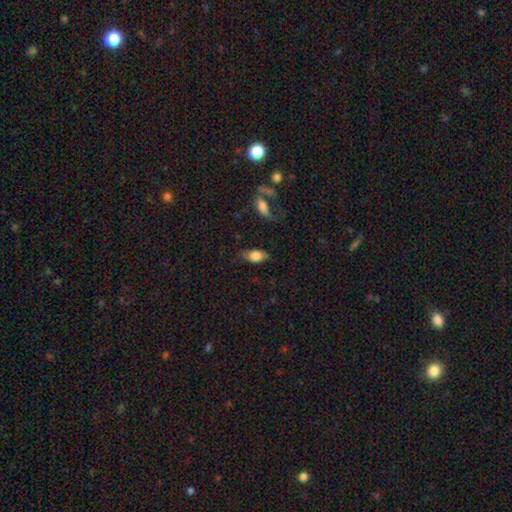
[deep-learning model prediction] Overall: smooth (78%). How rounded: in between (88%). Merging: none (70%).